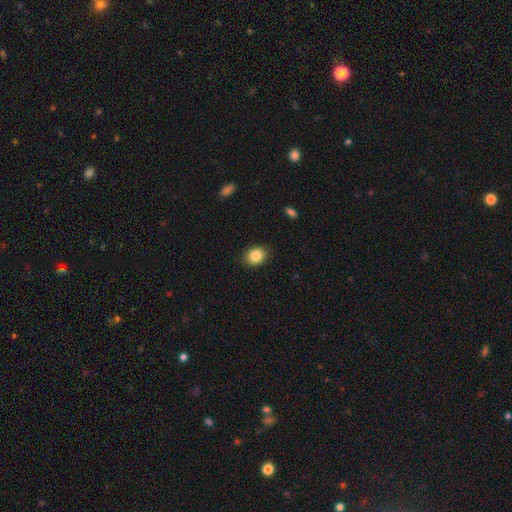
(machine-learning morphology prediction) Smooth or featured?
  - smooth: 86% *
  - star or artifact: 9%
  - featured or disk: 6%
How rounded?
  - in between: 58% *
  - round: 41%
  - cigar-shaped: 1%
Merging?
  - none: 87% *
  - minor disturbance: 10%
  - major disturbance: 2%
  - merger: 1%